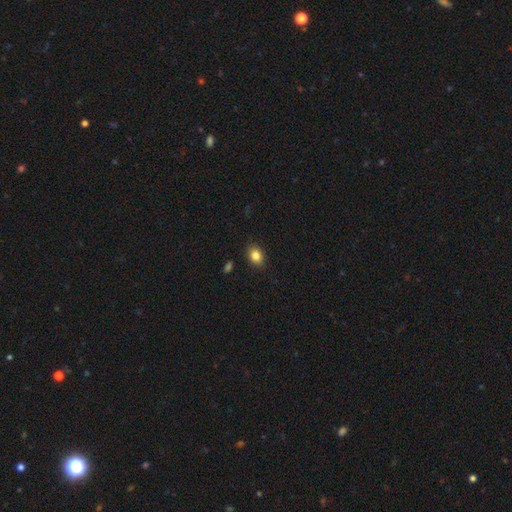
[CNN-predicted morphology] A smooth galaxy with no disk features (83%) that is in between round and cigar-shaped (65%). Merging: none (86%).